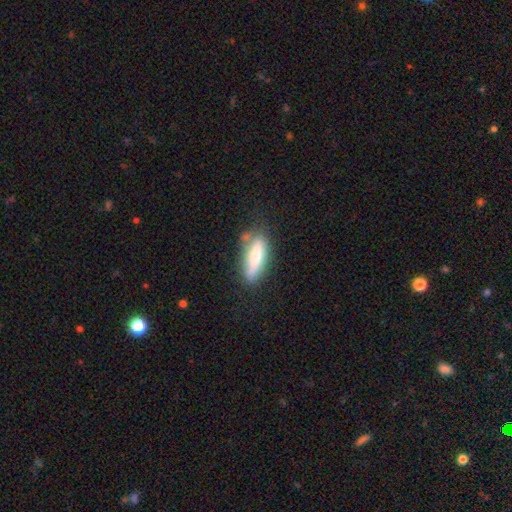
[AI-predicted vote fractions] A smooth galaxy with no disk features (60%) that is cigar-shaped (50%). Merging: none (71%).